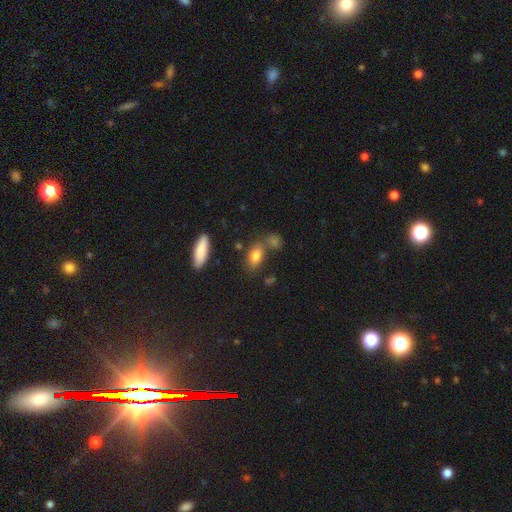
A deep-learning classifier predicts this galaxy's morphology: Q: Smooth or featured?
A: smooth (79%); runner-up: featured or disk (12%)
Q: How rounded?
A: in between (81%); runner-up: cigar-shaped (12%)
Q: Merging?
A: none (62%); runner-up: merger (18%)